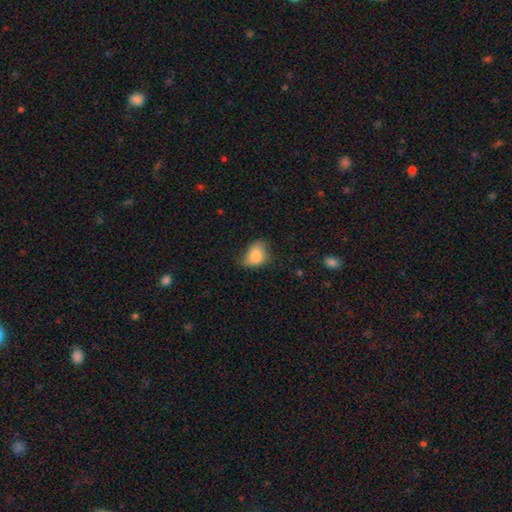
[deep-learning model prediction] Morphology: type=smooth (80%); roundness=in between (72%); merging=minor disturbance (41%).